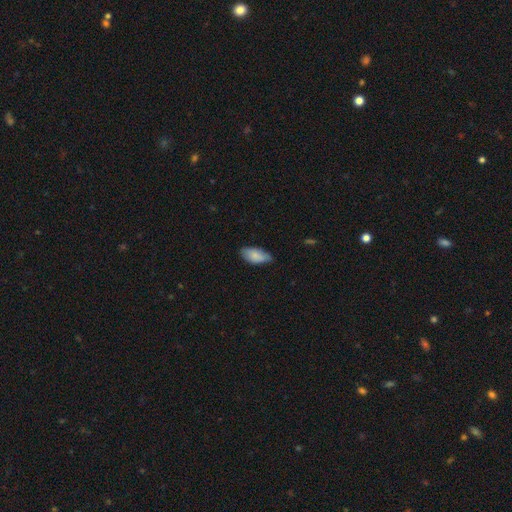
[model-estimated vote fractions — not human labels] This is clearly a smooth galaxy (82%). How rounded: clearly in between (91%). Merging: likely none (67%).